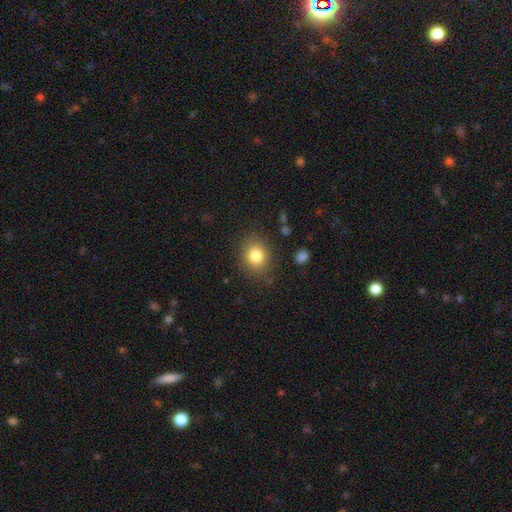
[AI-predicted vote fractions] smooth 81%, star or artifact 11%, featured or disk 8%. Down the decision tree: how rounded — round (60%); merging — none (83%).